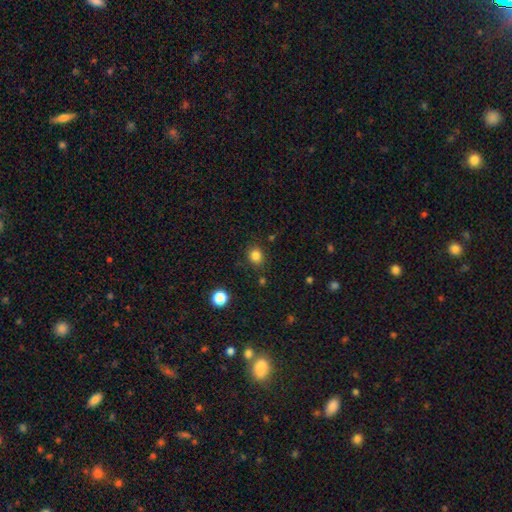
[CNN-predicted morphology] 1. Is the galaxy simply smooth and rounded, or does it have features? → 83% smooth, 13% star or artifact, 4% featured or disk.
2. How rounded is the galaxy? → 73% round, 26% in between, 1% cigar-shaped.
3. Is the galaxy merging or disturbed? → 84% none, 10% minor disturbance, 3% major disturbance, 3% merger.